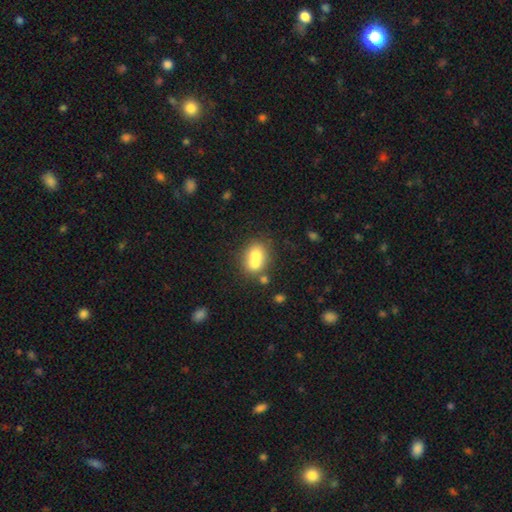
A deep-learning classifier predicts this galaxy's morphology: A smooth galaxy with no disk features (66%) that is round (58%). Merging: merger (62%).